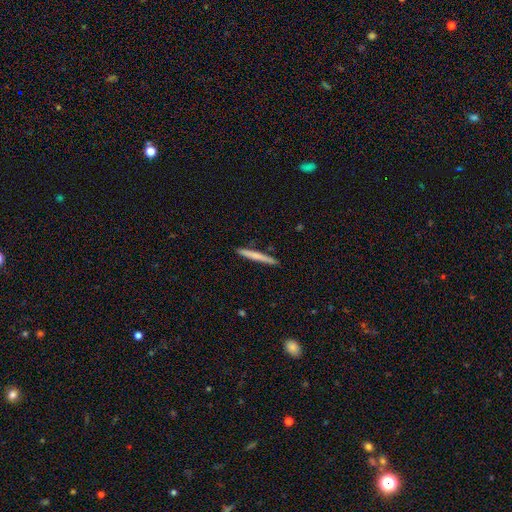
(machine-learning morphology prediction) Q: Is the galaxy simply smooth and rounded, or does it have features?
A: smooth — 65%.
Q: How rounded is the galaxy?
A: cigar-shaped — 97%.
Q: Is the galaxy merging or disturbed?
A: none — 91%.